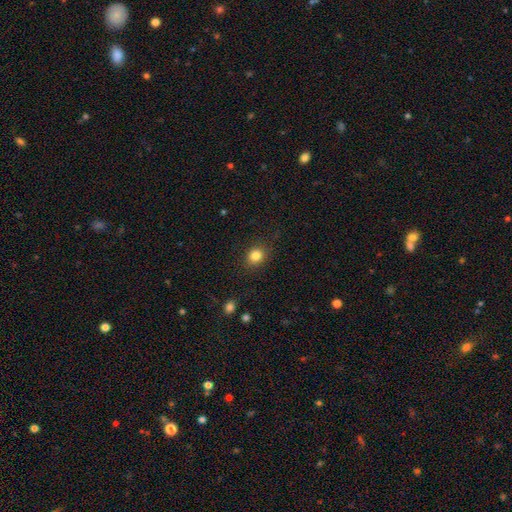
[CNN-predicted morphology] smooth-or-featured: smooth: 83% | star or artifact: 11% | featured or disk: 6%
  how-rounded: round: 65% | in between: 34% | cigar-shaped: 1%
  merging: none: 86% | minor disturbance: 9% | major disturbance: 3% | merger: 1%